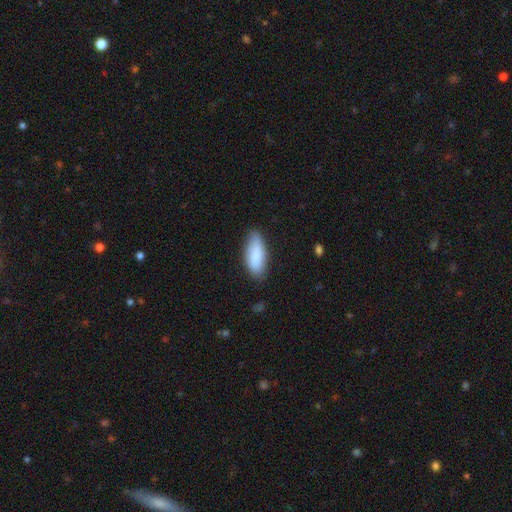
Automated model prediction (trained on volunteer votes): Overall: smooth (84%). How rounded: in between (78%). Merging: none (72%).